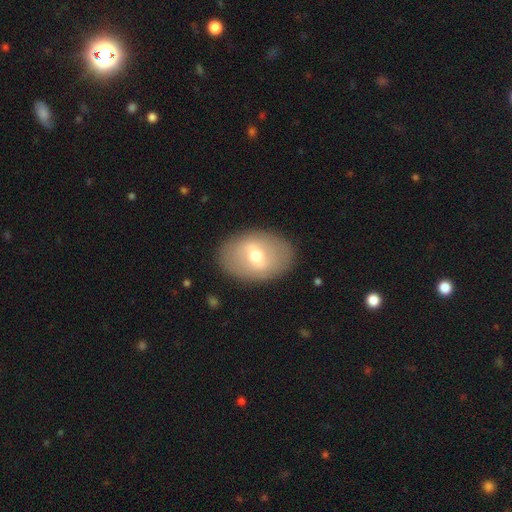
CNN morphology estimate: Smooth or featured? Predicted: featured or disk (p=0.47). Merging? Predicted: none (p=0.86).